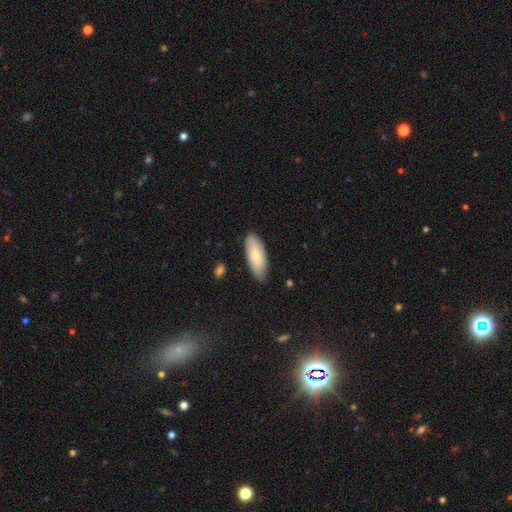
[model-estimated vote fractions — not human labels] smooth-or-featured: smooth: 72% | featured or disk: 22% | star or artifact: 6%
  how-rounded: in between: 77% | cigar-shaped: 21% | round: 2%
  merging: none: 80% | minor disturbance: 16% | major disturbance: 2% | merger: 1%